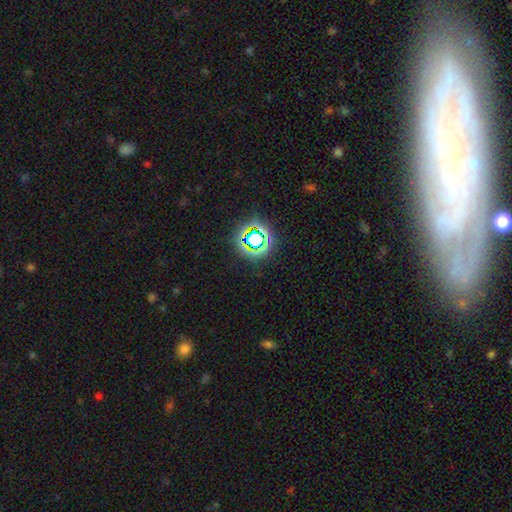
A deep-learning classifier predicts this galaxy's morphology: This appears to be a featured or disk galaxy (42%). Merging: none (77%).